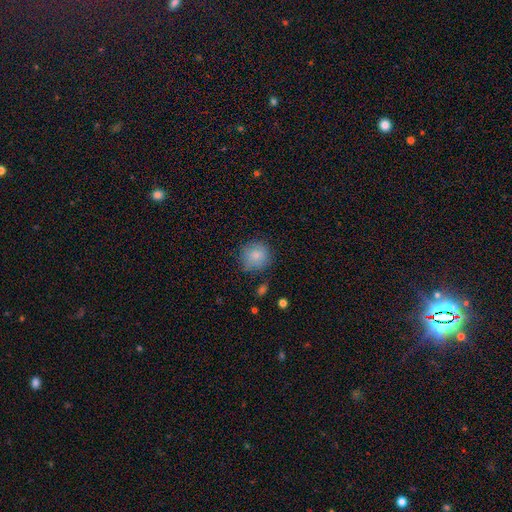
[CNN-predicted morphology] Smooth or featured: smooth — 84% (star or artifact — 8%)
How rounded: round — 88% (in between — 11%)
Merging: none — 77% (minor disturbance — 17%)